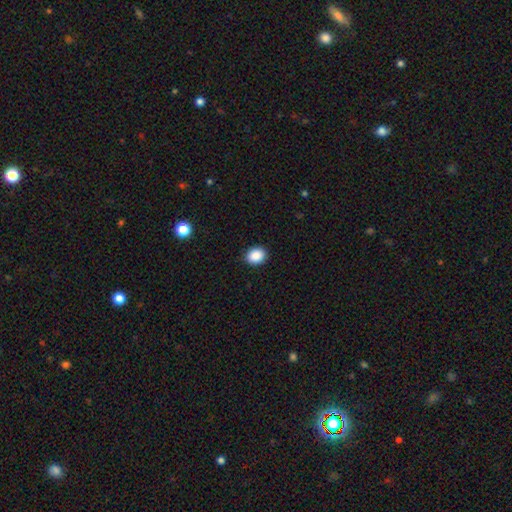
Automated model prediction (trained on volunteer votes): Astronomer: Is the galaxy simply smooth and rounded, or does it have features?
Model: smooth — 89%.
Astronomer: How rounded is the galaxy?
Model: in between — 51% (runner-up: round, 48%).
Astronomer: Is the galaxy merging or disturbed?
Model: none — 90%.